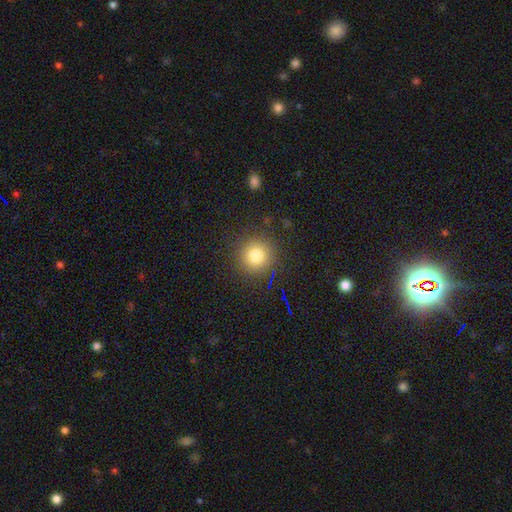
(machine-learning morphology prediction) Overall: smooth (78%). How rounded: round (94%). Merging: none (89%).